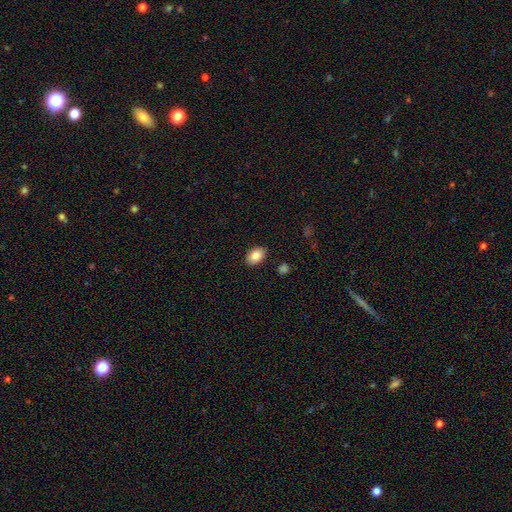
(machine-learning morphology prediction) Smooth or featured?
  - smooth: 86% *
  - star or artifact: 8%
  - featured or disk: 6%
How rounded?
  - in between: 85% *
  - round: 14%
  - cigar-shaped: 1%
Merging?
  - none: 88% *
  - minor disturbance: 8%
  - major disturbance: 2%
  - merger: 2%